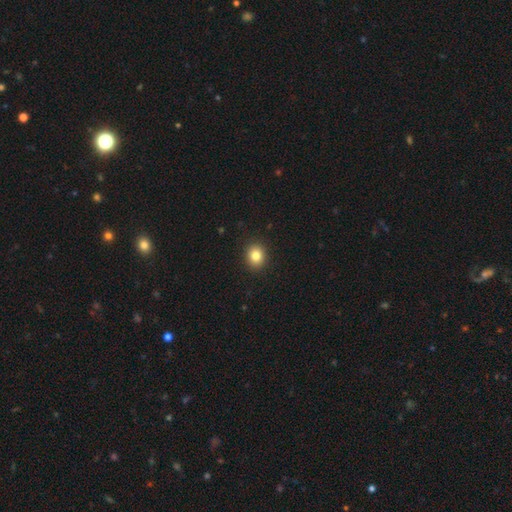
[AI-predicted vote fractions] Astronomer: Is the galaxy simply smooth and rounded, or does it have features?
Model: smooth — 83%.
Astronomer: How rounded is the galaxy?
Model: round — 66%.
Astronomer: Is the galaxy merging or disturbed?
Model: none — 91%.